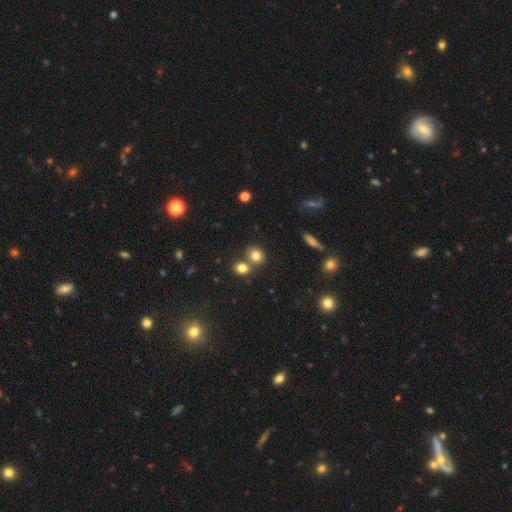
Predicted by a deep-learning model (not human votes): The model was most divided on "merging": none: 60%, merger: 28%, minor disturbance: 9%, major disturbance: 3%. More confident: smooth or featured — smooth (80%); how rounded — round (71%).